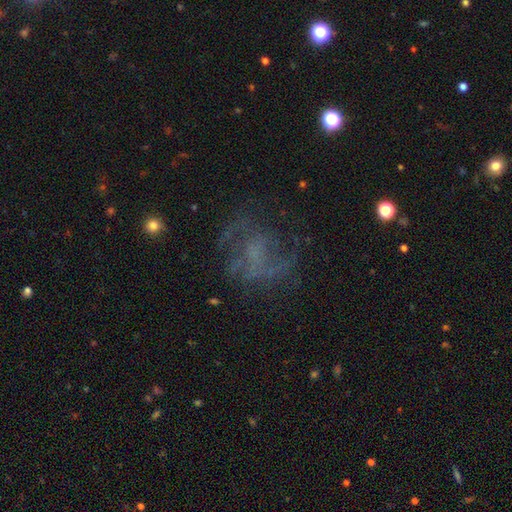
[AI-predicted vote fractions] Q: Smooth or featured?
A: featured or disk (53%); runner-up: smooth (24%)
Q: Edge-on disk?
A: no (97%); runner-up: yes (3%)
Q: Bar?
A: no (73%); runner-up: weak (22%)
Q: Spiral arms?
A: yes (54%); runner-up: no (46%)
Q: Bulge size?
A: none (65%); runner-up: small (20%)
Q: Merging?
A: none (54%); runner-up: major disturbance (26%)